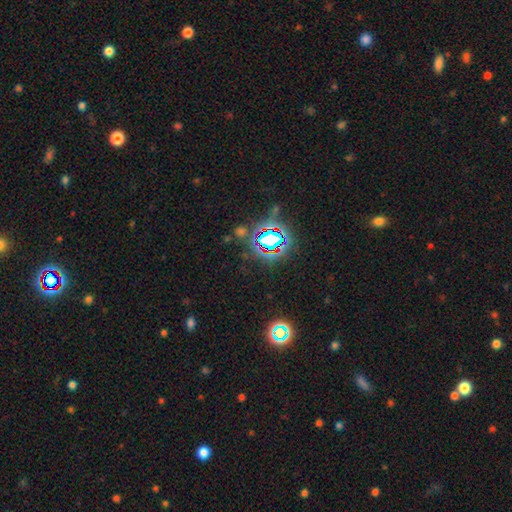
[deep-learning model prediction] This appears to be a star or artifact, not a galaxy (78%).